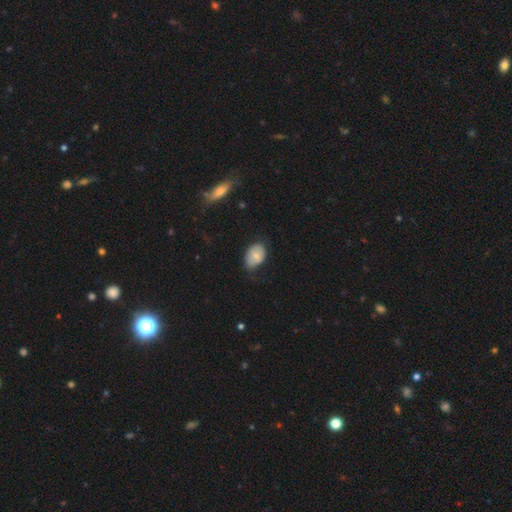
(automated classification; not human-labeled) Overall: smooth (74%). How rounded: in between (82%). Merging: none (55%; minor disturbance 34%).